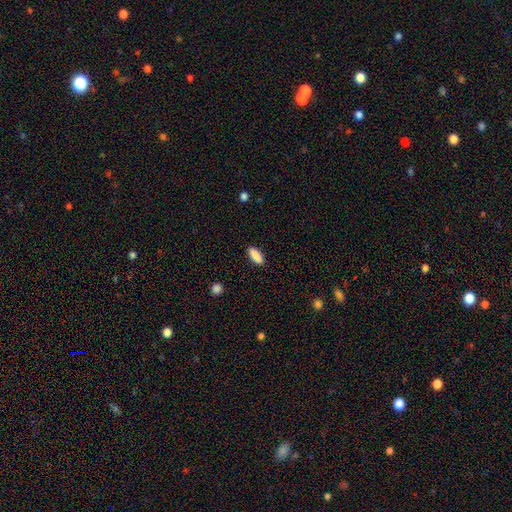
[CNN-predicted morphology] Smooth or featured: smooth — 89% (star or artifact — 6%)
How rounded: in between — 68% (cigar-shaped — 30%)
Merging: none — 90% (minor disturbance — 7%)